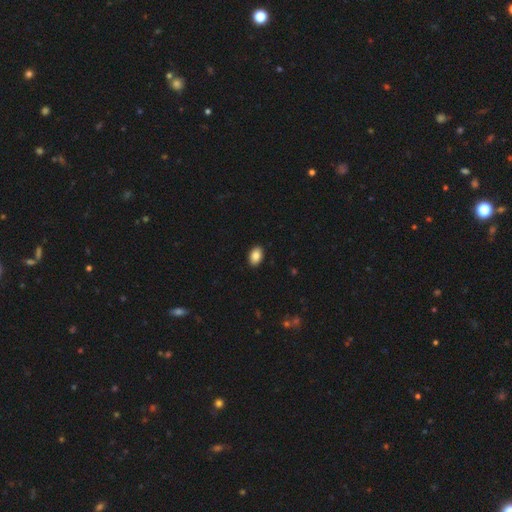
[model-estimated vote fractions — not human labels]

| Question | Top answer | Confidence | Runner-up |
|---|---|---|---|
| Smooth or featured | smooth | 87% | star or artifact (8%) |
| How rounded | in between | 87% | round (12%) |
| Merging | none | 91% | minor disturbance (7%) |